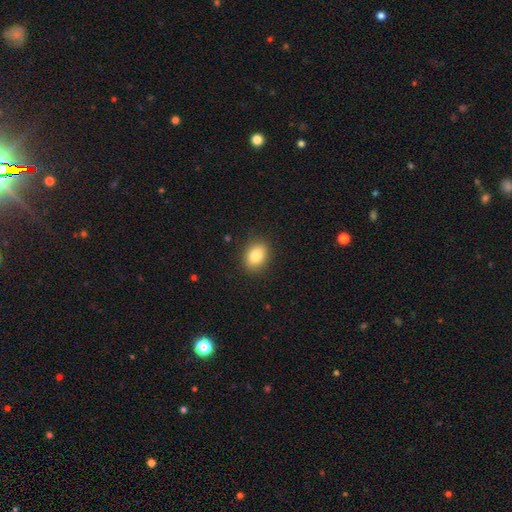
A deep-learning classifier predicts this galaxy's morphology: Smooth or featured: smooth — 83% (star or artifact — 9%)
How rounded: in between — 64% (round — 35%)
Merging: none — 88% (minor disturbance — 9%)